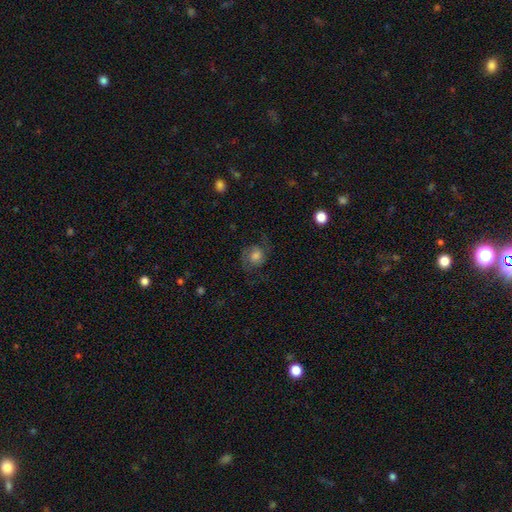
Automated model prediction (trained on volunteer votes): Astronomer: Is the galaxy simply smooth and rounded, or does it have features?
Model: featured or disk — 51% (runner-up: smooth, 37%).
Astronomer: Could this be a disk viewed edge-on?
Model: no — 97%.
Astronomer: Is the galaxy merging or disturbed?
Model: none — 65%.